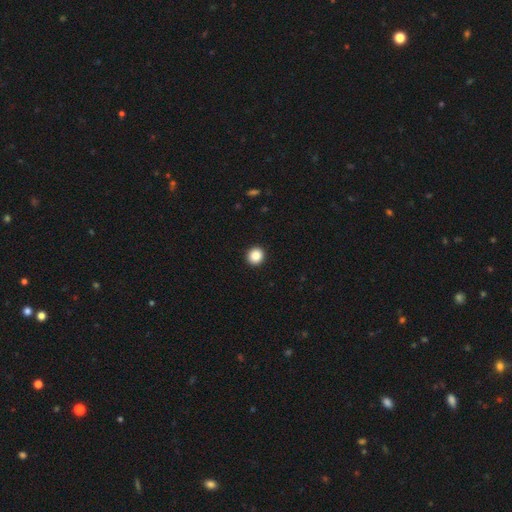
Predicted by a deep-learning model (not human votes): Smooth or featured: smooth — 88% (star or artifact — 9%)
How rounded: round — 92% (in between — 7%)
Merging: none — 93% (minor disturbance — 4%)